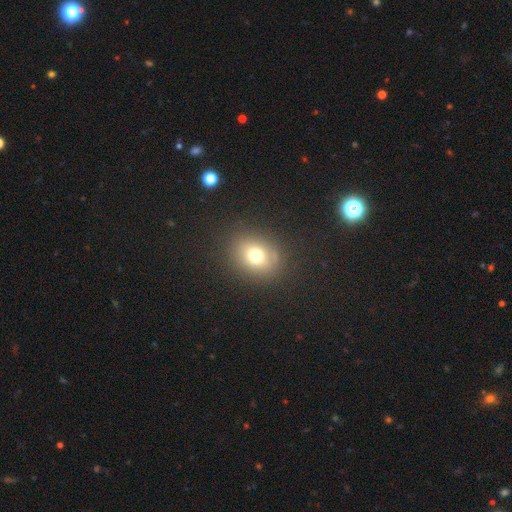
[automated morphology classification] This appears to be a smooth galaxy with no disk features (70%) that is round (62%). Merging: none (84%).